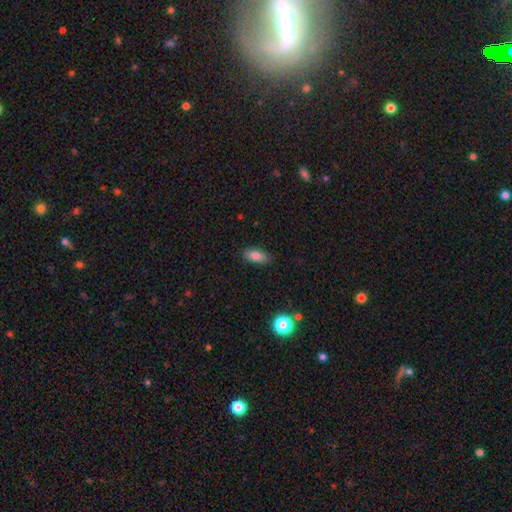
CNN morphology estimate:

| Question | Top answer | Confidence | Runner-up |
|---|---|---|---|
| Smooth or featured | smooth | 84% | star or artifact (8%) |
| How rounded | in between | 83% | cigar-shaped (14%) |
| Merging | none | 85% | minor disturbance (12%) |